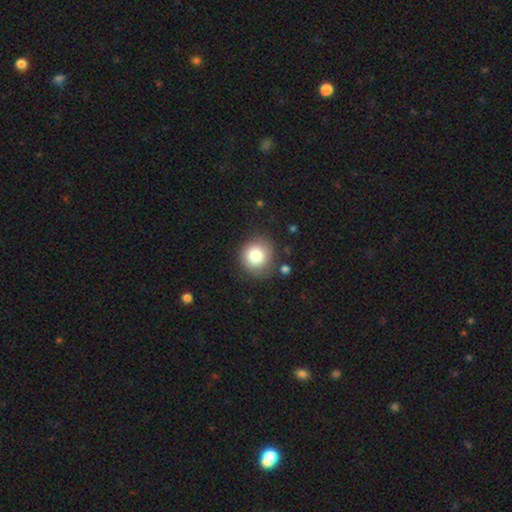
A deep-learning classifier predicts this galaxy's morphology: smooth-or-featured: smooth: 83% | star or artifact: 9% | featured or disk: 8%
  how-rounded: round: 88% | in between: 11% | cigar-shaped: 1%
  merging: none: 80% | minor disturbance: 13% | major disturbance: 4% | merger: 3%